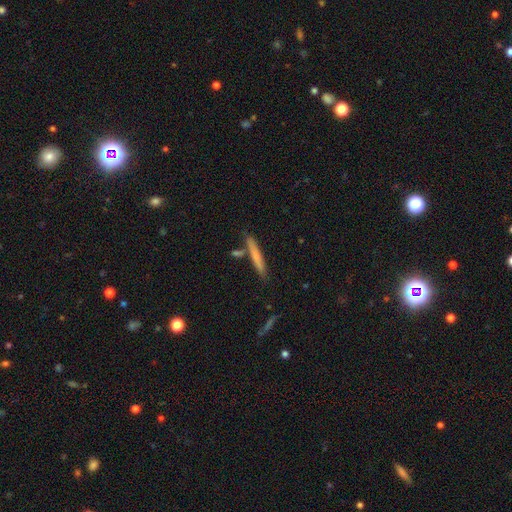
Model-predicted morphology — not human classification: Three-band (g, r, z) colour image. It shows a smooth galaxy with no disk features (67%) that is cigar-shaped (95%). Merging: none (79%).